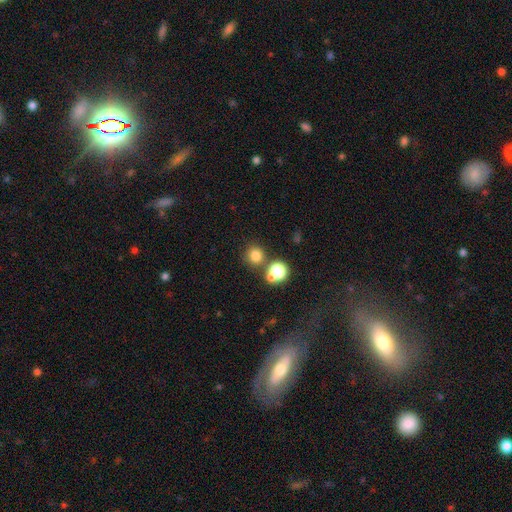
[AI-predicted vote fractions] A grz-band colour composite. It shows a smooth galaxy with no disk features (77%) that is round (90%). Merging: none (71%).